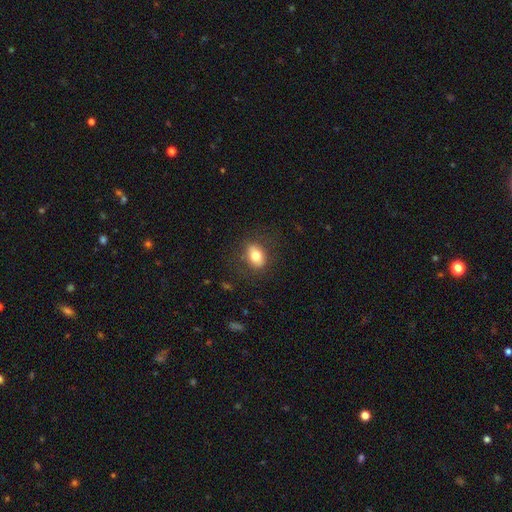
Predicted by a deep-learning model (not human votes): smooth 76%, featured or disk 15%, star or artifact 8%. Down the decision tree: how rounded — in between (79%); merging — none (79%).